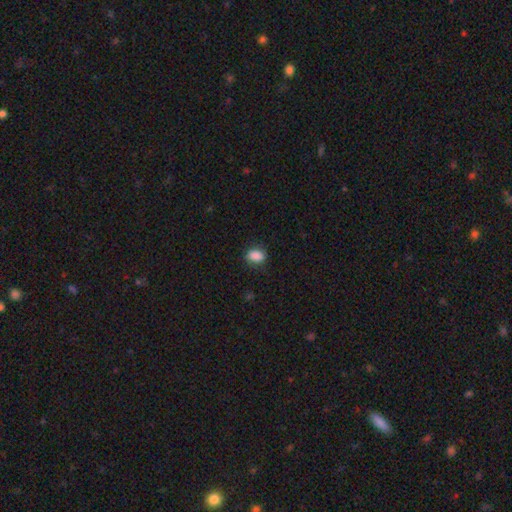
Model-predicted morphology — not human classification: Smooth or featured?
  - smooth: 87% *
  - star or artifact: 9%
  - featured or disk: 4%
How rounded?
  - in between: 77% *
  - round: 21%
  - cigar-shaped: 2%
Merging?
  - none: 82% *
  - minor disturbance: 14%
  - major disturbance: 3%
  - merger: 1%